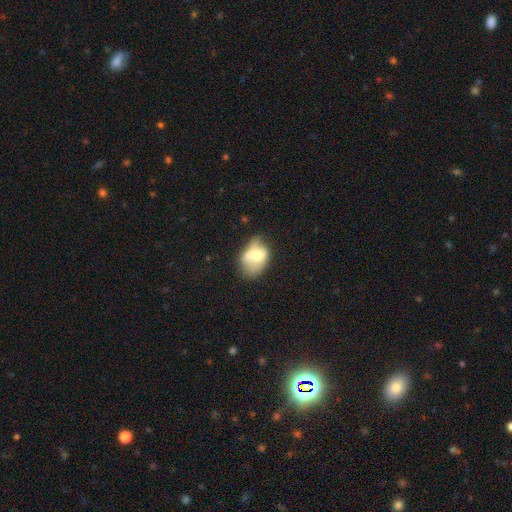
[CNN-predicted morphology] type=smooth (58%); roundness=in between (73%); merging=merger (42%).